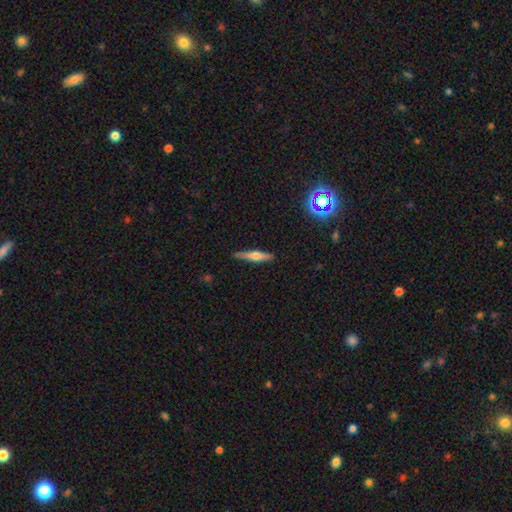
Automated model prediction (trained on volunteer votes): This appears to be a featured or disk galaxy (58%) viewed edge-on (97%) with a rounded central bulge (89%). Merging: none (88%).